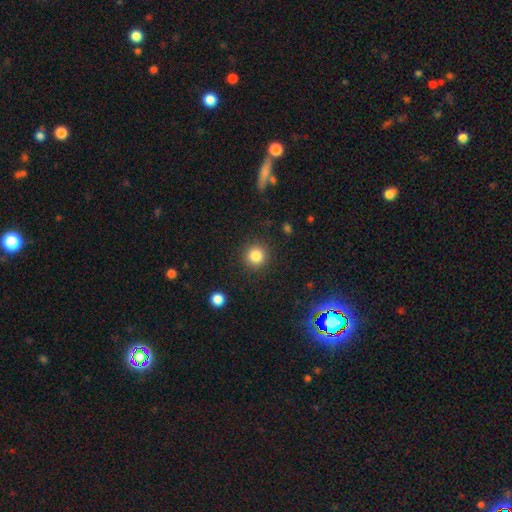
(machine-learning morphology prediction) smooth 84%, star or artifact 11%, featured or disk 5%. Down the decision tree: how rounded — round (94%); merging — none (90%).